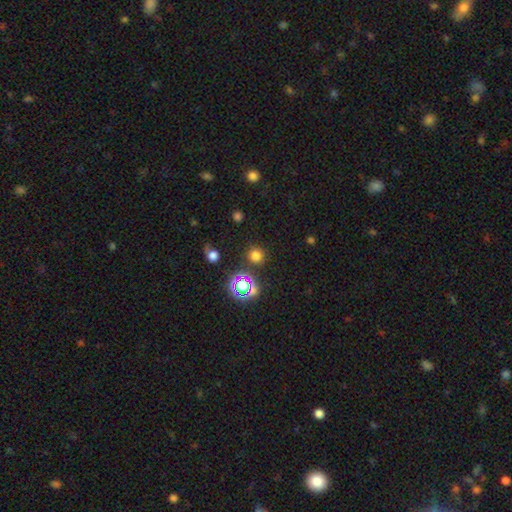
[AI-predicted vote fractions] The model was most divided on "smooth or featured": smooth: 69%, star or artifact: 26%, featured or disk: 6%. More confident: how rounded — round (92%); merging — none (86%).